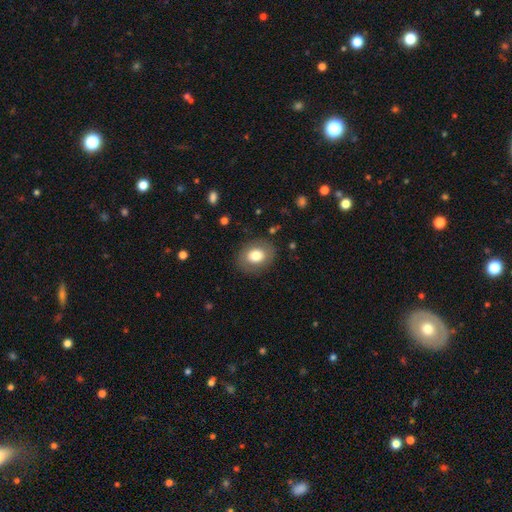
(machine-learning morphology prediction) This is likely a smooth galaxy (76%). How rounded: possibly in between (53%). Merging: clearly none (84%).